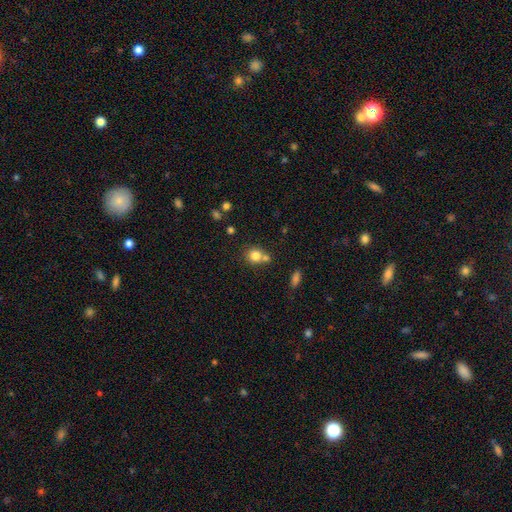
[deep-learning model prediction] smooth_or_featured: smooth (p=0.80) [alt: star or artifact p=0.11]
how_rounded: round (p=0.82) [alt: in between p=0.17]
merging: none (p=0.51) [alt: merger p=0.36]